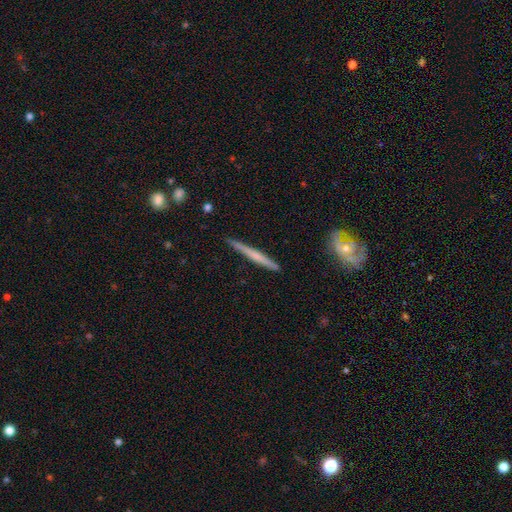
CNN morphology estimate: A featured or disk galaxy (56%) viewed edge-on (97%) with no central bulge (62%).

Vote fractions:
- Smooth or featured? featured or disk: 56% / smooth: 39% / star or artifact: 5%
- Edge-on disk? yes: 97% / no: 3%
- Edge-on bulge? none: 62% / rounded: 30% / boxy: 9%
- Merging? none: 87% / minor disturbance: 10% / major disturbance: 2% / merger: 2%